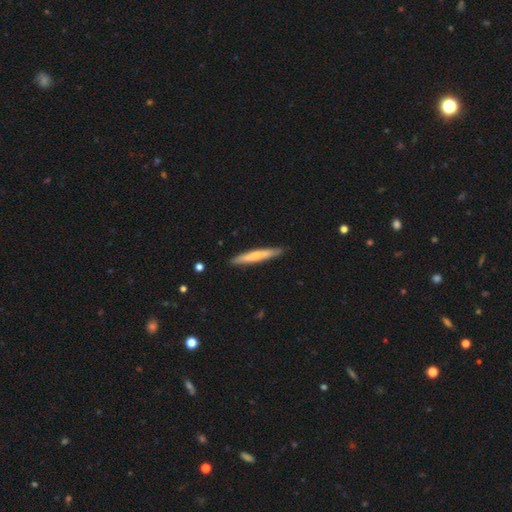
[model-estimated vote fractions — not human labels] Overall: smooth (61%; featured or disk 34%). How rounded: cigar-shaped (96%). Merging: none (90%).